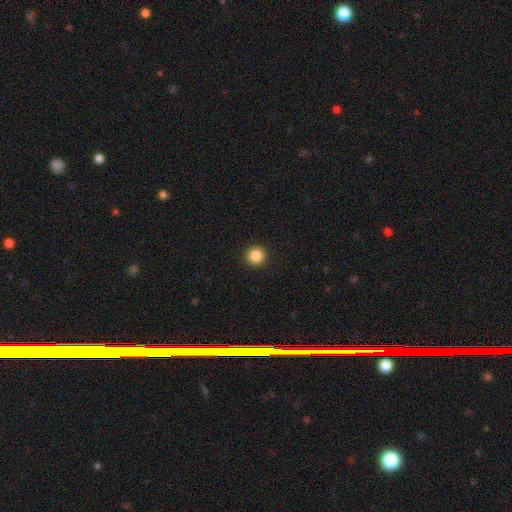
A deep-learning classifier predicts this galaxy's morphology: Q: Smooth or featured?
A: smooth (87%); runner-up: star or artifact (10%)
Q: How rounded?
A: round (95%); runner-up: in between (4%)
Q: Merging?
A: none (93%); runner-up: minor disturbance (4%)